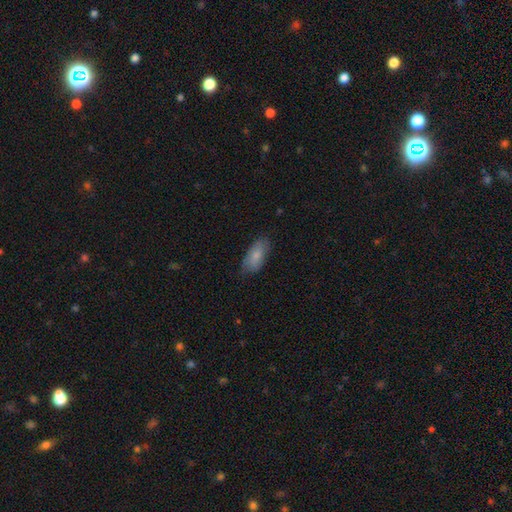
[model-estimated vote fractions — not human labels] A smooth galaxy with no disk features (78%) that is in between round and cigar-shaped (86%).

Vote fractions:
- Smooth or featured? smooth: 78% / featured or disk: 15% / star or artifact: 6%
- How rounded? in between: 86% / cigar-shaped: 11% / round: 2%
- Merging? none: 73% / minor disturbance: 21% / major disturbance: 4% / merger: 1%